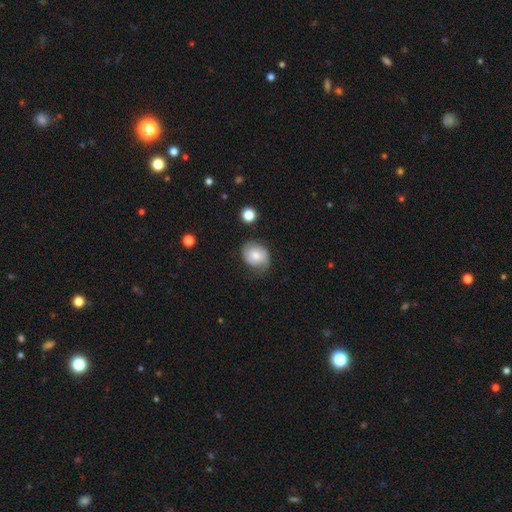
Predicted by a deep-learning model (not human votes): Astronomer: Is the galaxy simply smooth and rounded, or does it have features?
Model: smooth — 64%.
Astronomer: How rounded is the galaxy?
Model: round — 53% (runner-up: in between, 46%).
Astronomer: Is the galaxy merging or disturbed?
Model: none — 60%.